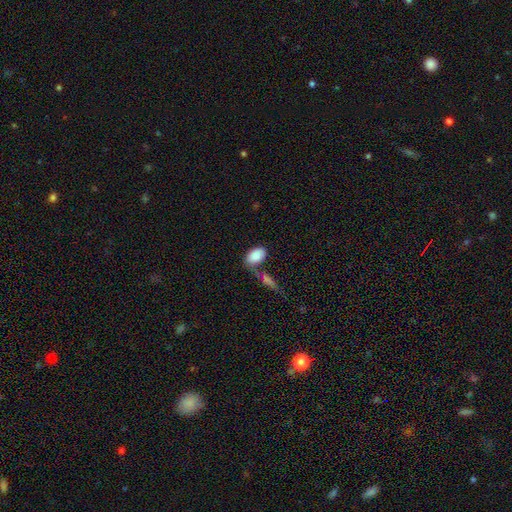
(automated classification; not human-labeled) The model was most divided on "merging": none: 49%, merger: 27%, minor disturbance: 16%, major disturbance: 8%. More confident: how rounded — in between (92%); smooth or featured — smooth (86%).